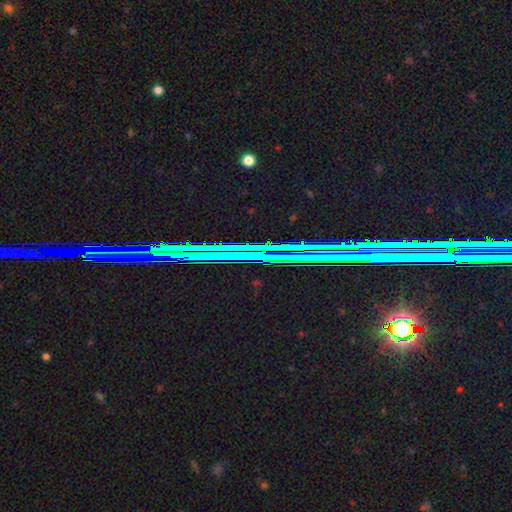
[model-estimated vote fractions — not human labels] A star or artifact, not a galaxy (83%).